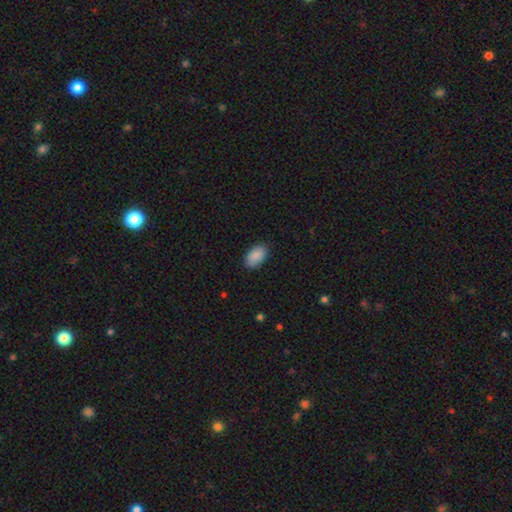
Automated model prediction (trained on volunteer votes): Morphology: type=smooth (90%); roundness=in between (94%); merging=none (86%).